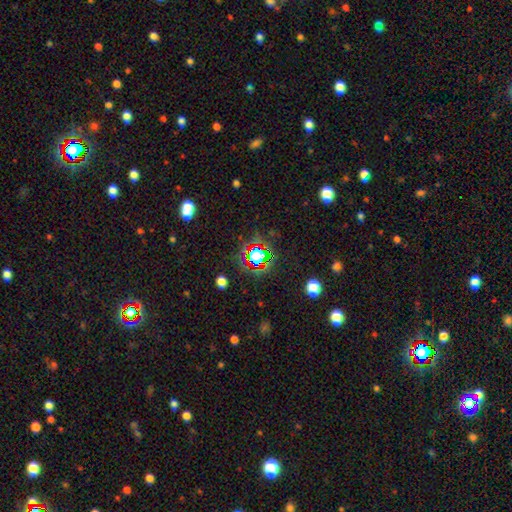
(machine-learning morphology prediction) Smooth or featured? Predicted: star or artifact (p=0.61).